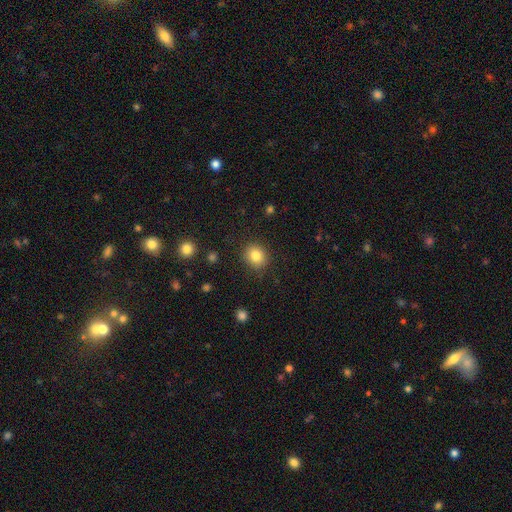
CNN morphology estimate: This appears to be a smooth galaxy with no disk features (83%) that is round (80%). Merging: none (88%).